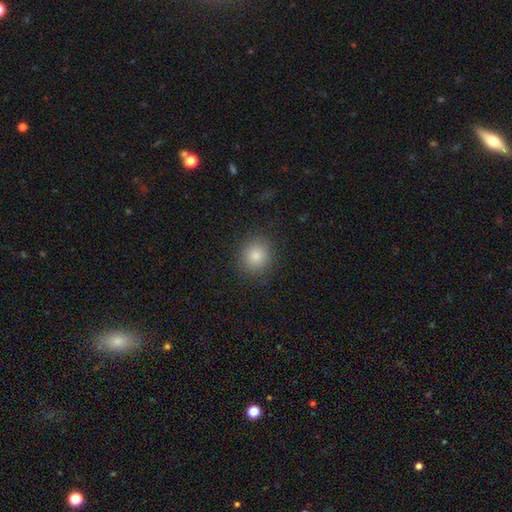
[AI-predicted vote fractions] Morphology: type=smooth (82%); roundness=round (87%); merging=none (90%).